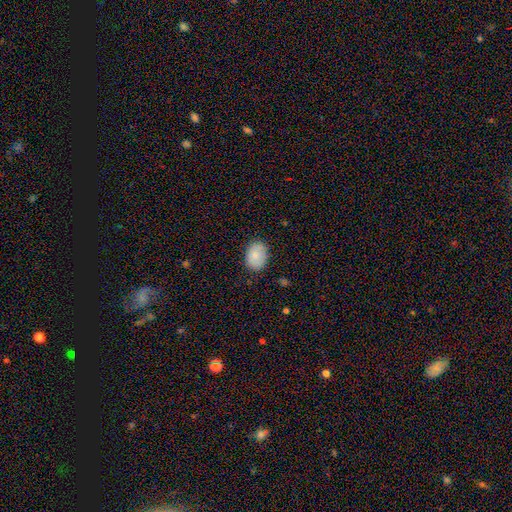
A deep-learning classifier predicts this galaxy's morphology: Smooth or featured? smooth (83%)
How rounded? in between (71%)
Merging? none (82%)